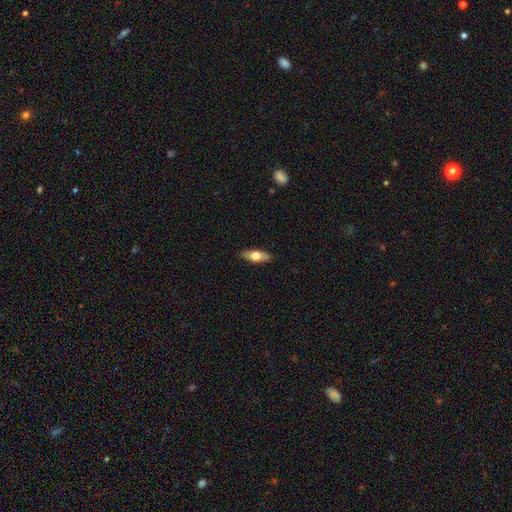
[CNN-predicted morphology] Q: Smooth or featured?
A: smooth (64%); runner-up: featured or disk (30%)
Q: How rounded?
A: in between (71%); runner-up: cigar-shaped (26%)
Q: Merging?
A: none (88%); runner-up: minor disturbance (9%)